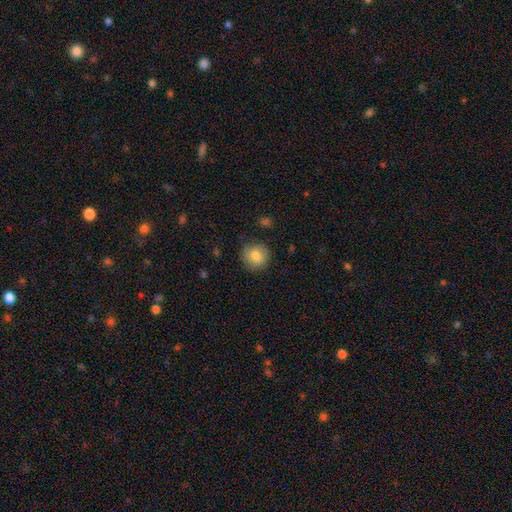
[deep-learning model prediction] The model was most divided on "smooth or featured": smooth: 82%, featured or disk: 9%, star or artifact: 8%. More confident: how rounded — round (91%); merging — none (85%).